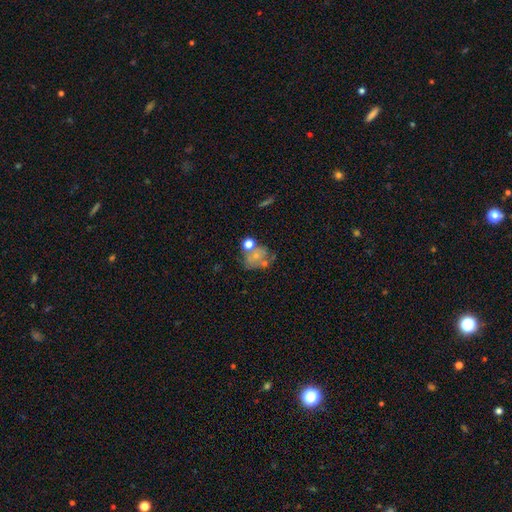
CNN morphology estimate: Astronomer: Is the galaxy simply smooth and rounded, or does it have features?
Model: smooth — 54% (runner-up: featured or disk, 33%).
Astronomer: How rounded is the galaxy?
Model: round — 53% (runner-up: in between, 46%).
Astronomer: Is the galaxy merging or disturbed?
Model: none — 35% (runner-up: merger, 32%).